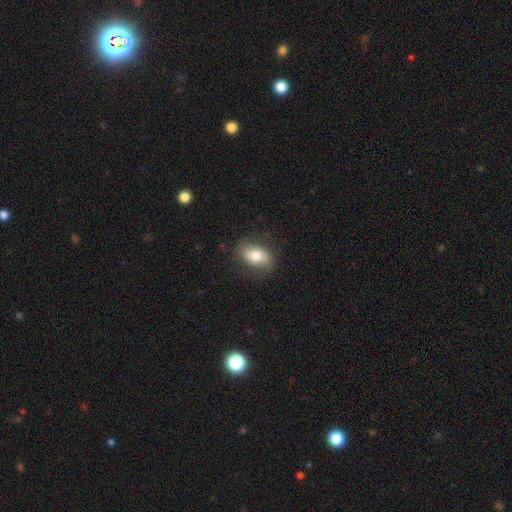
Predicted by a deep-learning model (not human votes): Q: Smooth or featured?
A: smooth (71%); runner-up: featured or disk (22%)
Q: How rounded?
A: in between (87%); runner-up: round (11%)
Q: Merging?
A: none (80%); runner-up: minor disturbance (14%)